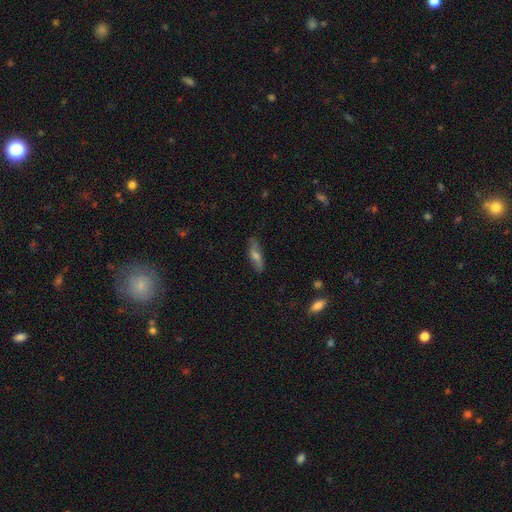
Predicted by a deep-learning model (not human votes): featured or disk 46%, smooth 44%, star or artifact 10%. Down the decision tree: merging — none (76%).